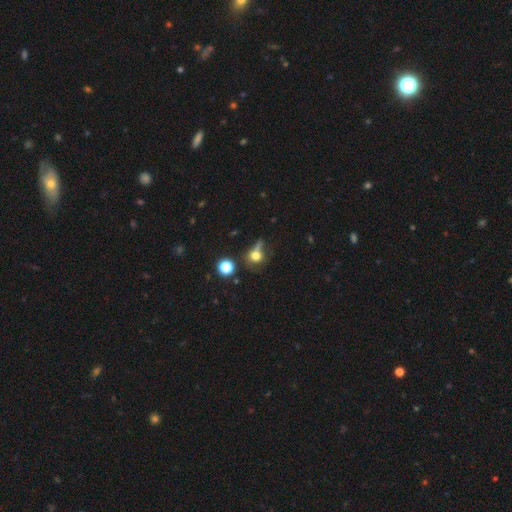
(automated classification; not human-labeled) Smooth or featured: smooth — 69% (star or artifact — 16%)
How rounded: round — 72% (in between — 25%)
Merging: none — 44% (merger — 19%)